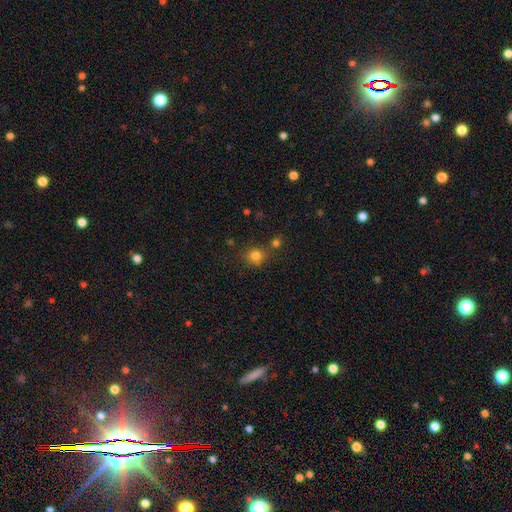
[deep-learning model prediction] A smooth galaxy with no disk features (79%) that is round (82%).

Vote fractions:
- Smooth or featured? smooth: 79% / star or artifact: 14% / featured or disk: 7%
- How rounded? round: 82% / in between: 17% / cigar-shaped: 1%
- Merging? none: 66% / merger: 17% / minor disturbance: 13% / major disturbance: 5%